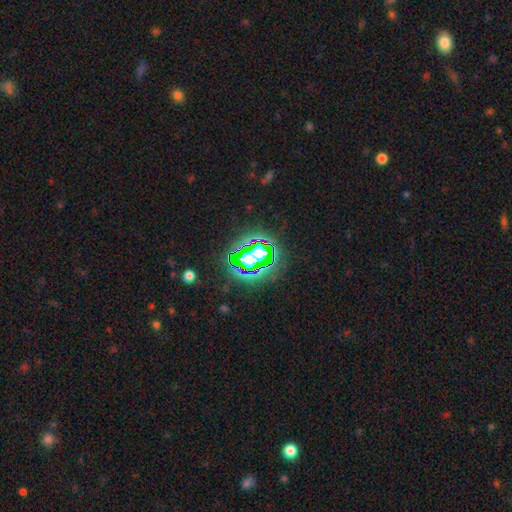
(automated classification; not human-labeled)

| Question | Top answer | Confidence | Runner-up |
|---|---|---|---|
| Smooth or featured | star or artifact | 80% | smooth (12%) |